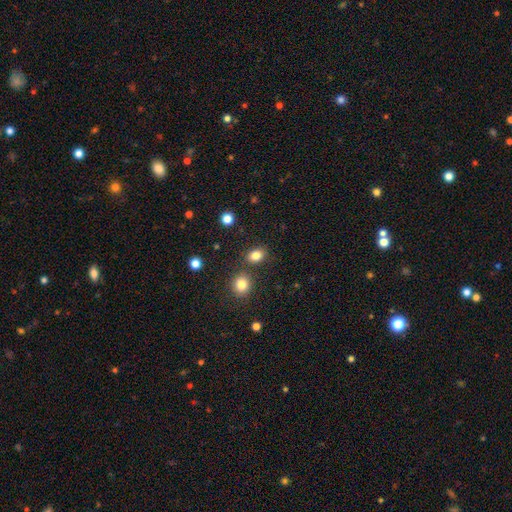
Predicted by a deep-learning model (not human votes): Smooth or featured: smooth — 83% (star or artifact — 11%)
How rounded: in between — 61% (round — 38%)
Merging: none — 78% (merger — 10%)